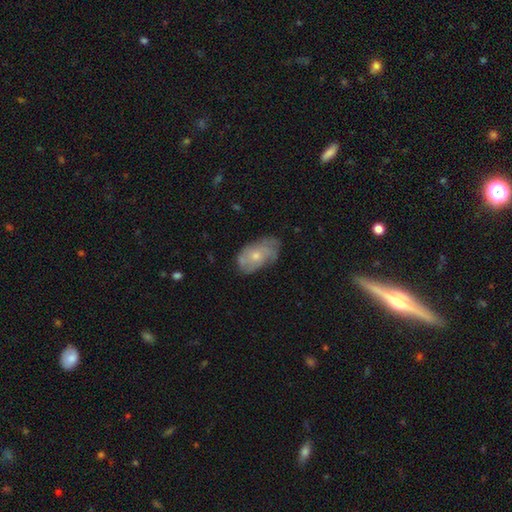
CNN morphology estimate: A featured or disk galaxy (53%).

Vote fractions:
- Smooth or featured? featured or disk: 53% / smooth: 41% / star or artifact: 7%
- Edge-on disk? no: 94% / yes: 6%
- Merging? none: 62% / minor disturbance: 27% / major disturbance: 9% / merger: 2%